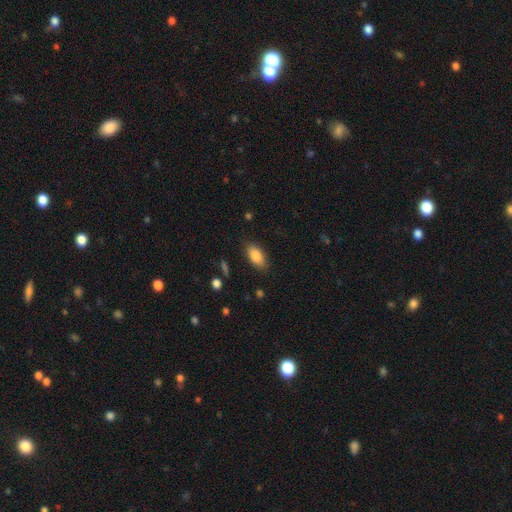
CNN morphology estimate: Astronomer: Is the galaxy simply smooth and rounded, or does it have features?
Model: smooth — 85%.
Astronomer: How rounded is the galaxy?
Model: in between — 90%.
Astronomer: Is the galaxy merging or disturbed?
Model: none — 84%.